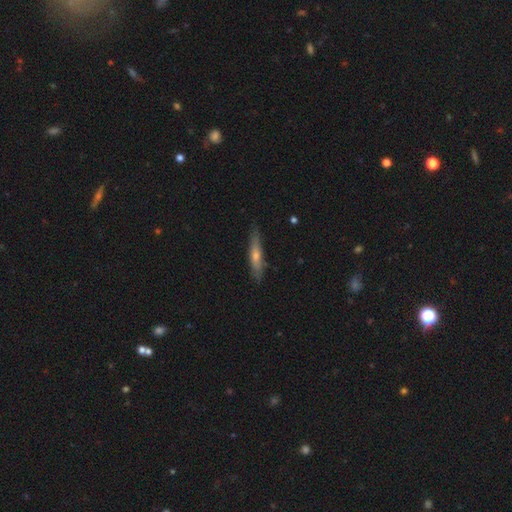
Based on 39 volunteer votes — A featured or disk galaxy (67%) viewed edge-on (96%) with a rounded central bulge (84%).

Vote fractions:
- Smooth or featured? featured or disk: 67% / smooth: 33% / star or artifact: 0%
- Edge-on disk? yes: 96% / no: 4%
- Edge-on bulge? rounded: 84% / boxy: 12% / none: 4%
- Merging? none: 90% / minor disturbance: 8% / major disturbance: 3% / merger: 0%